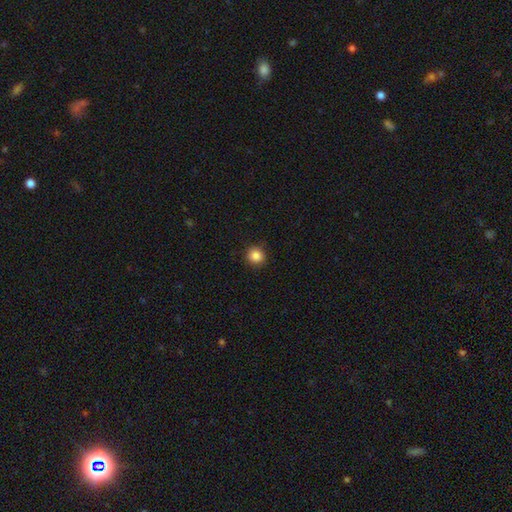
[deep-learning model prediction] Q: Smooth or featured?
A: smooth (87%); runner-up: star or artifact (10%)
Q: How rounded?
A: round (91%); runner-up: in between (8%)
Q: Merging?
A: none (90%); runner-up: minor disturbance (7%)